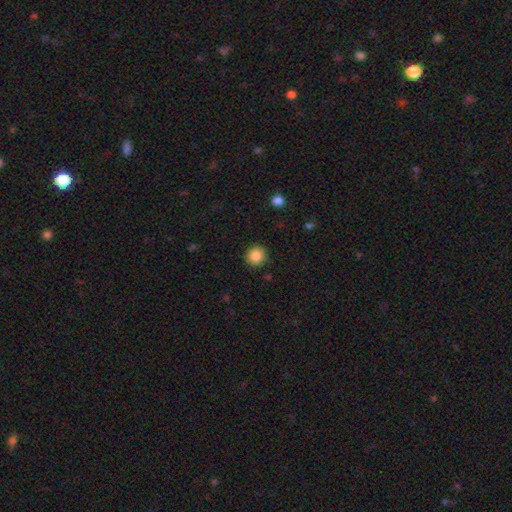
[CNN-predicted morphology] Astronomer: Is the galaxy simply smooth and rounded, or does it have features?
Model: smooth — 87%.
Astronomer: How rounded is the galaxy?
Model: round — 91%.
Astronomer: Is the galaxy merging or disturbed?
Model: none — 90%.